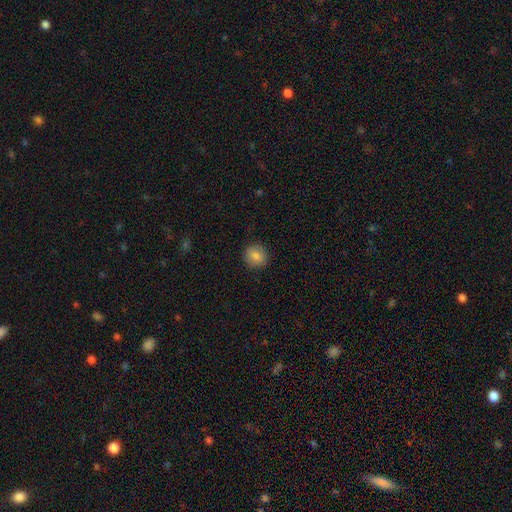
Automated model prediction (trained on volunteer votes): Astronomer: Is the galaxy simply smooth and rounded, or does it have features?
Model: smooth — 83%.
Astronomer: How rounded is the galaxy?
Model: round — 88%.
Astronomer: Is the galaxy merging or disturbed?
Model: none — 89%.